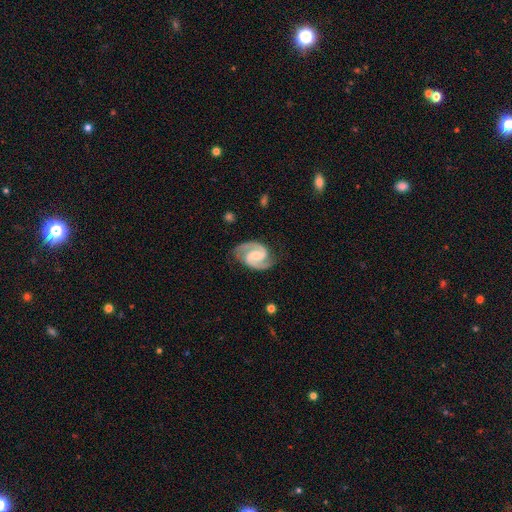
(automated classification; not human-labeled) This is clearly a featured or disk galaxy (92%). It is clearly not viewed edge-on (98%). Bar: possibly weak (46%). Spiral arm pattern: clearly yes (98%). Spiral arm count: clearly 2 (94%). Spiral winding: possibly medium (59%). Central bulge: possibly small (54%). Merging: clearly none (83%).